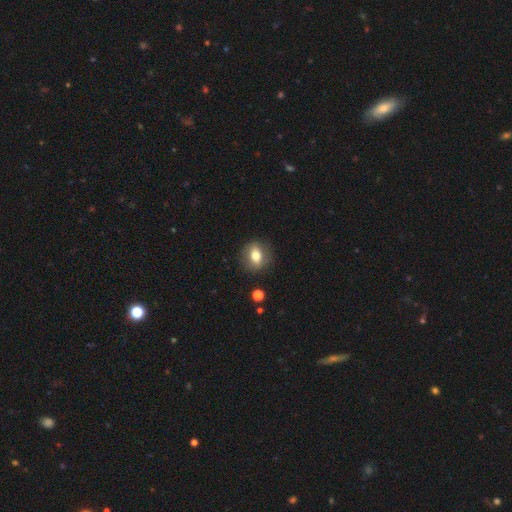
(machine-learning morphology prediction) Smooth or featured?
  - smooth: 66% *
  - featured or disk: 25%
  - star or artifact: 9%
How rounded?
  - round: 49% *
  - in between: 47%
  - cigar-shaped: 3%
Merging?
  - none: 85% *
  - minor disturbance: 10%
  - major disturbance: 3%
  - merger: 1%